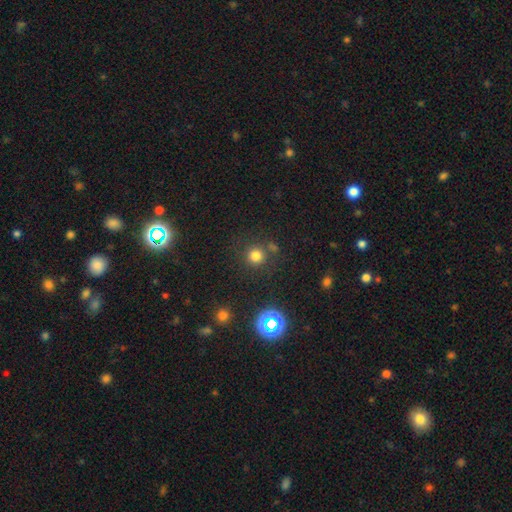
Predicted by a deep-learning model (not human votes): Overall: smooth (74%). How rounded: round (94%). Merging: none (79%).